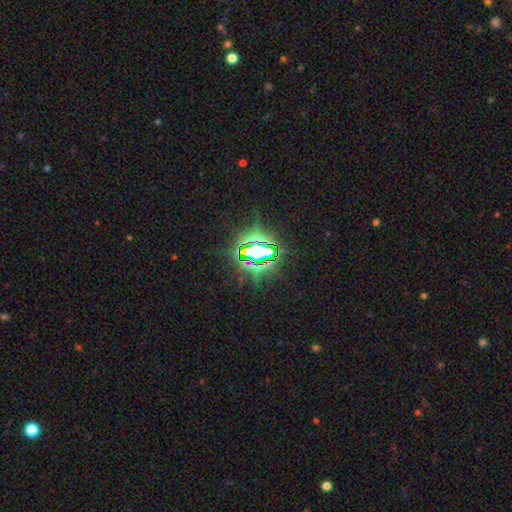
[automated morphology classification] Smooth or featured?
  - star or artifact: 83% *
  - smooth: 10%
  - featured or disk: 7%